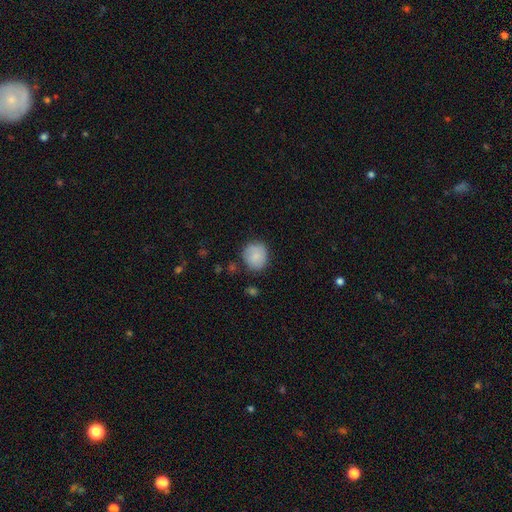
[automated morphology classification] Smooth or featured?
  - smooth: 82% *
  - featured or disk: 11%
  - star or artifact: 7%
How rounded?
  - round: 81% *
  - in between: 18%
  - cigar-shaped: 1%
Merging?
  - none: 75% *
  - minor disturbance: 18%
  - major disturbance: 4%
  - merger: 3%